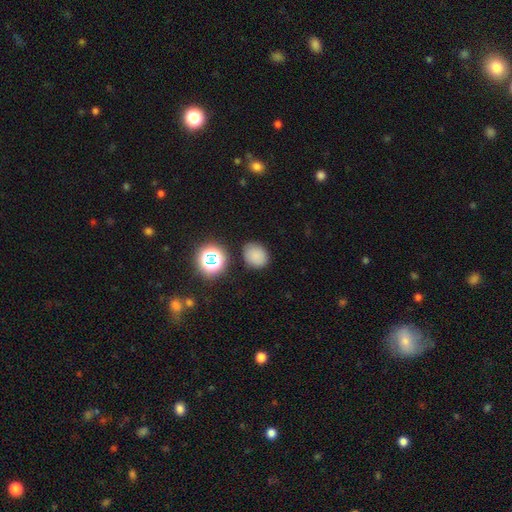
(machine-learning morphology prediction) A smooth galaxy with no disk features (79%) that is round (54%). Merging: none (80%).